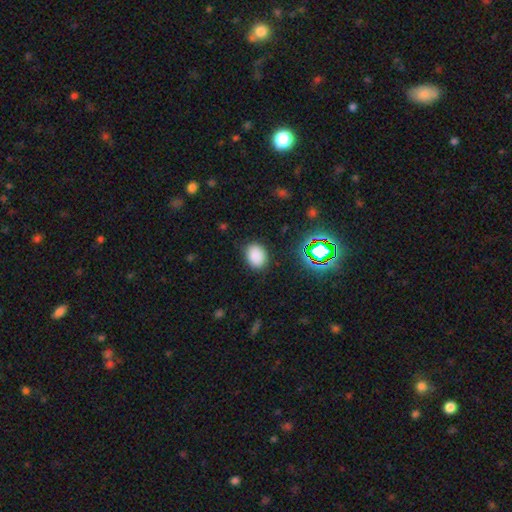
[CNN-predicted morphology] type=smooth (81%); roundness=in between (66%); merging=none (84%).